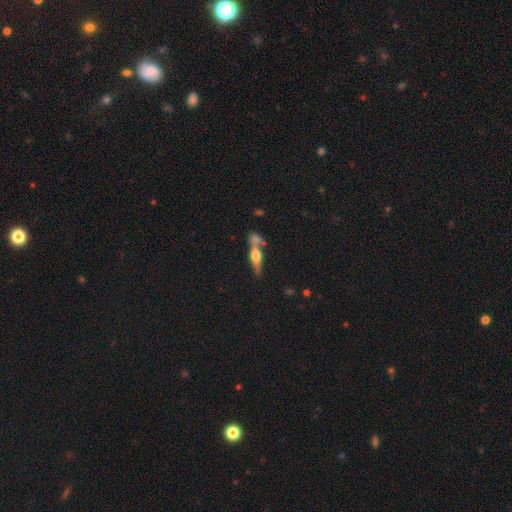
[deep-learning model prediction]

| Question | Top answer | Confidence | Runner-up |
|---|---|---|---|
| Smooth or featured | featured or disk | 59% | smooth (34%) |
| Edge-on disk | yes | 91% | no (9%) |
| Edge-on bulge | rounded | 92% | boxy (5%) |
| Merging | none | 53% | merger (31%) |